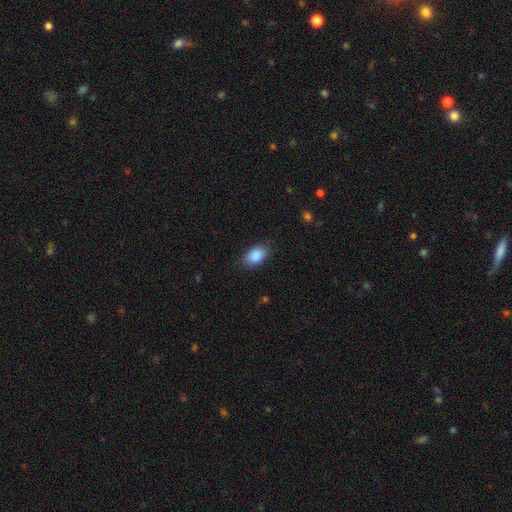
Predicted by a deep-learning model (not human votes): This is clearly a smooth galaxy (89%). How rounded: clearly in between (89%). Merging: clearly none (83%).